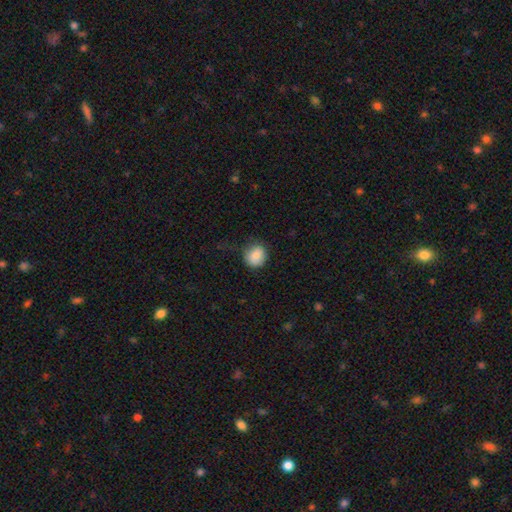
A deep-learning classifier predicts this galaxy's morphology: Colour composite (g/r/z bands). It shows a smooth galaxy with no disk features (85%) that is round (75%). Merging: none (69%).